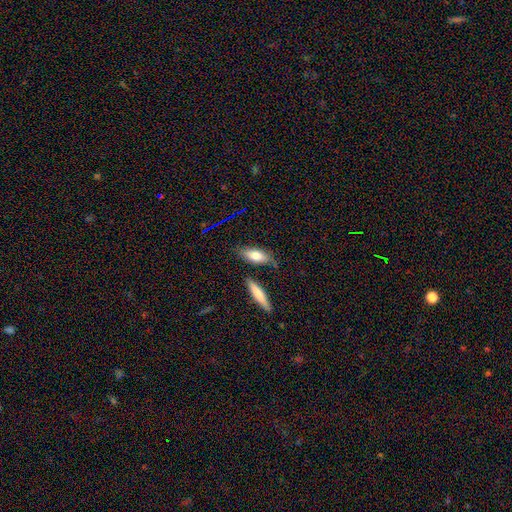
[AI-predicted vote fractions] Smooth or featured?
  - smooth: 71% *
  - featured or disk: 20%
  - star or artifact: 8%
How rounded?
  - in between: 73% *
  - cigar-shaped: 24%
  - round: 3%
Merging?
  - none: 74% *
  - minor disturbance: 16%
  - merger: 6%
  - major disturbance: 4%